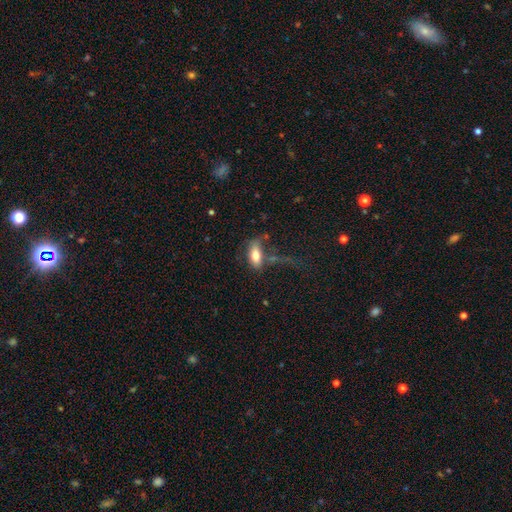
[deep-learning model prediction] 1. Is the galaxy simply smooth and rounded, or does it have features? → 73% smooth, 20% featured or disk, 8% star or artifact.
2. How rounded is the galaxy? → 83% in between, 12% cigar-shaped, 4% round.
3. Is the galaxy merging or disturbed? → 46% none, 21% major disturbance, 20% minor disturbance, 13% merger.